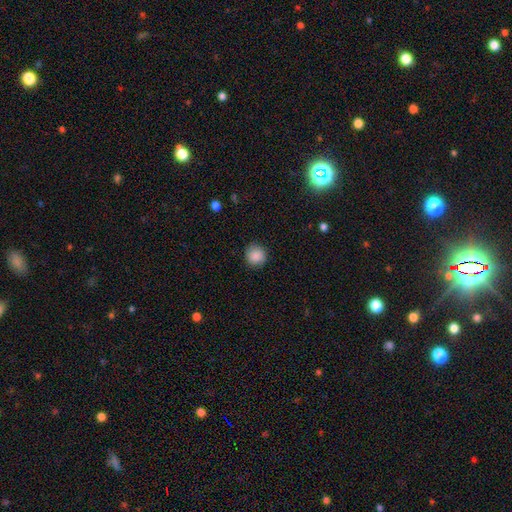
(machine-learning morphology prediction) Q: Smooth or featured?
A: smooth (87%); runner-up: star or artifact (9%)
Q: How rounded?
A: round (92%); runner-up: in between (7%)
Q: Merging?
A: none (88%); runner-up: minor disturbance (9%)